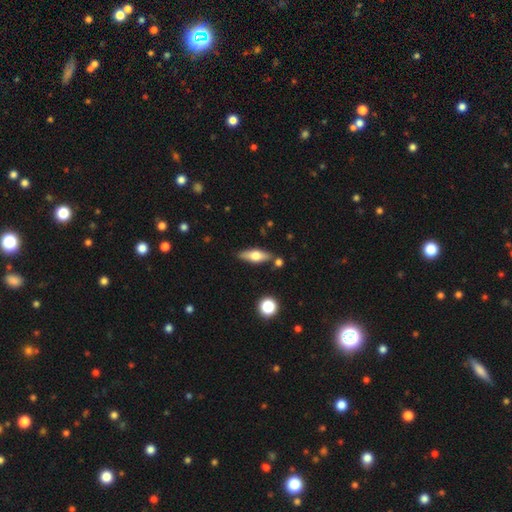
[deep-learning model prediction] This appears to be a smooth galaxy with no disk features (53%) that is in between round and cigar-shaped (54%). Merging: none (80%).